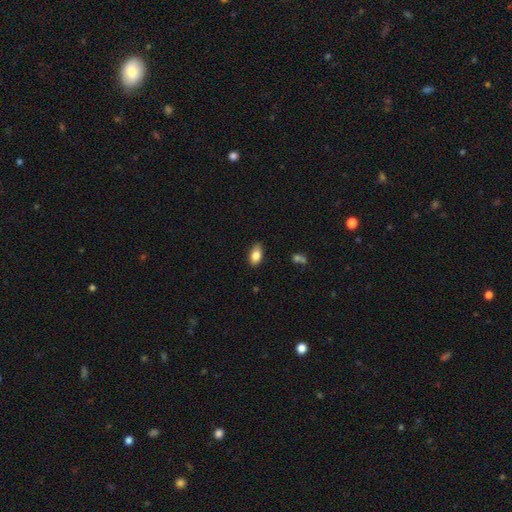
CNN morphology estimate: smooth 83%, featured or disk 9%, star or artifact 8%. Down the decision tree: how rounded — in between (91%); merging — none (80%).